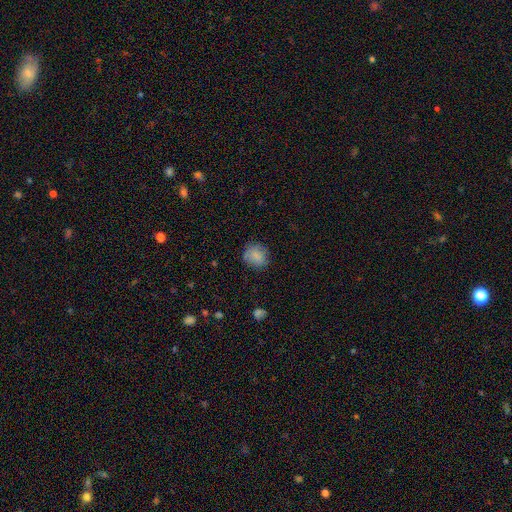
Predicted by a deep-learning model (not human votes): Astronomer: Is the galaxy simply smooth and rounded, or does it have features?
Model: smooth — 83%.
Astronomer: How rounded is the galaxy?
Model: round — 79%.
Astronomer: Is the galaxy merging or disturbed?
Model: none — 79%.